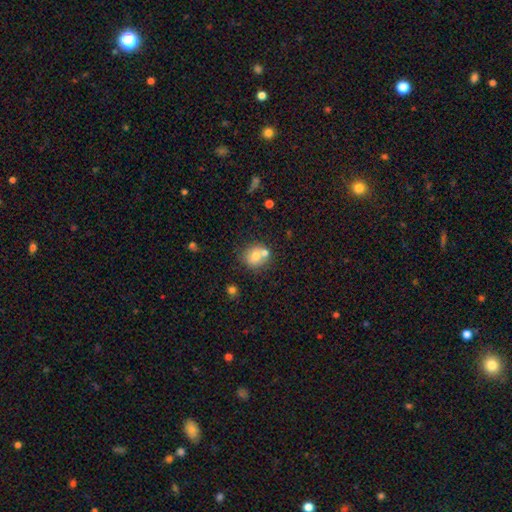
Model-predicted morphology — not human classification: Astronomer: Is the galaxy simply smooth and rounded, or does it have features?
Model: smooth — 71%.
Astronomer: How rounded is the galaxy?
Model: round — 80%.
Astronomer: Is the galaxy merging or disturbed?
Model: none — 54% (runner-up: merger, 32%).